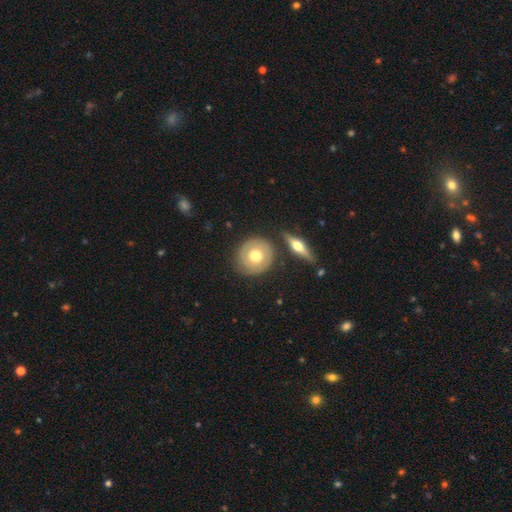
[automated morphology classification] Smooth or featured? featured or disk (56%)
Edge-on disk? no (89%)
Bar? no (86%)
Spiral arms? yes (57%)
Bulge size? moderate (75%)
Merging? none (79%)